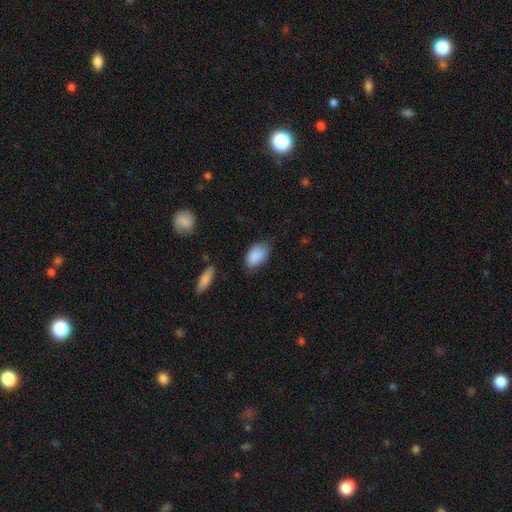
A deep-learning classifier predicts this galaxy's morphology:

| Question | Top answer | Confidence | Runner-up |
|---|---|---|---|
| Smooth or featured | smooth | 89% | star or artifact (7%) |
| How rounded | in between | 91% | round (7%) |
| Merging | none | 70% | minor disturbance (24%) |